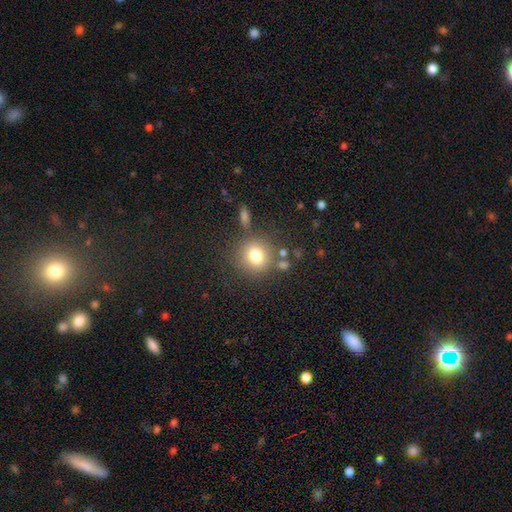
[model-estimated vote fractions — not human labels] Morphology: type=smooth (79%); roundness=round (86%); merging=none (75%).